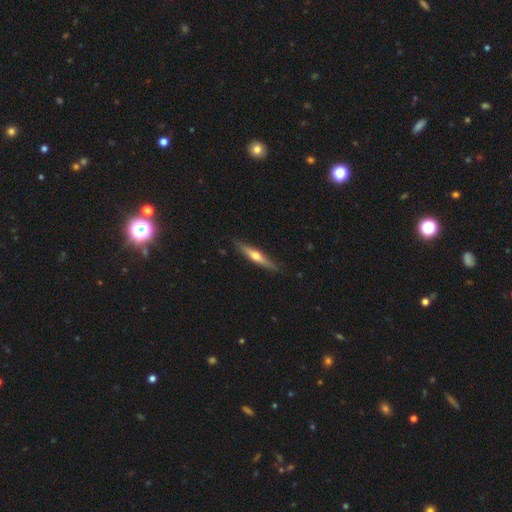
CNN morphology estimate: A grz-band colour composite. It shows a featured or disk galaxy (60%) viewed edge-on (96%) with a rounded central bulge (90%). Merging: none (87%).